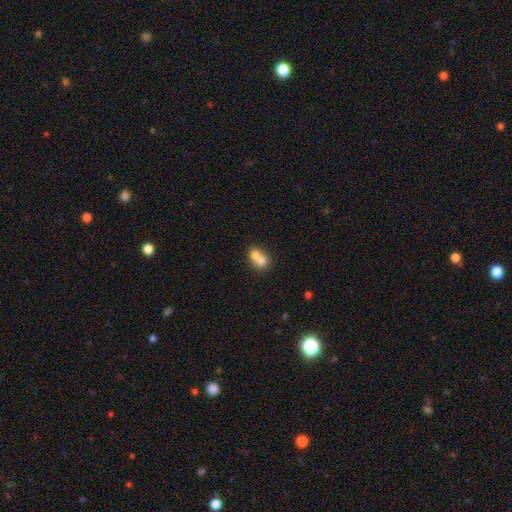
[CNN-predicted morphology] Smooth or featured?
  - smooth: 70% *
  - featured or disk: 21%
  - star or artifact: 9%
How rounded?
  - round: 58% *
  - in between: 41%
  - cigar-shaped: 1%
Merging?
  - merger: 71% *
  - none: 21%
  - minor disturbance: 5%
  - major disturbance: 2%